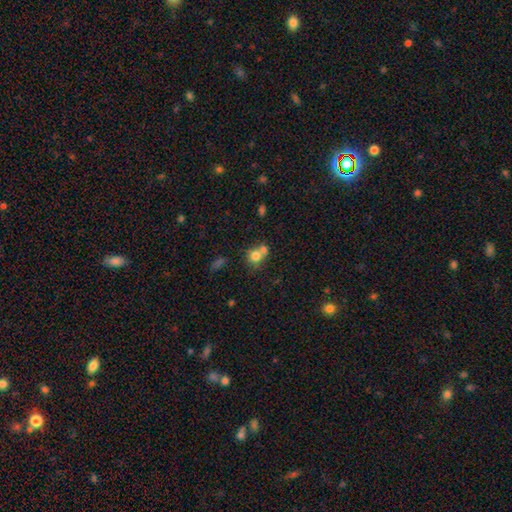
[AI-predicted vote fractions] Smooth or featured? Predicted: smooth (p=0.76). How rounded? Predicted: round (p=0.78). Merging? Predicted: merger (p=0.51).